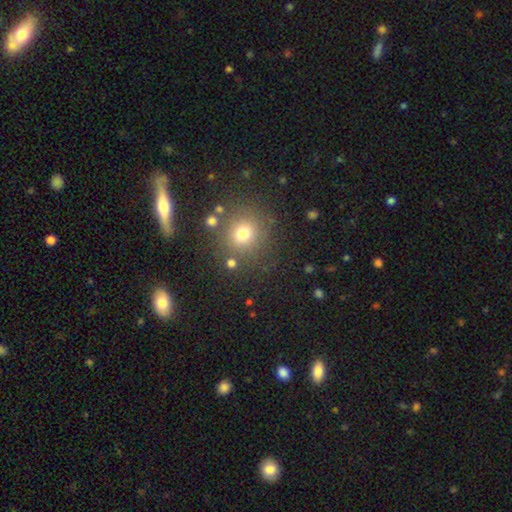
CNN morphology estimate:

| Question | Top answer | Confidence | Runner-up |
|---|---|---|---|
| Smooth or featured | smooth | 55% | star or artifact (30%) |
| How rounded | round | 88% | in between (10%) |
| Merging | none | 83% | minor disturbance (9%) |